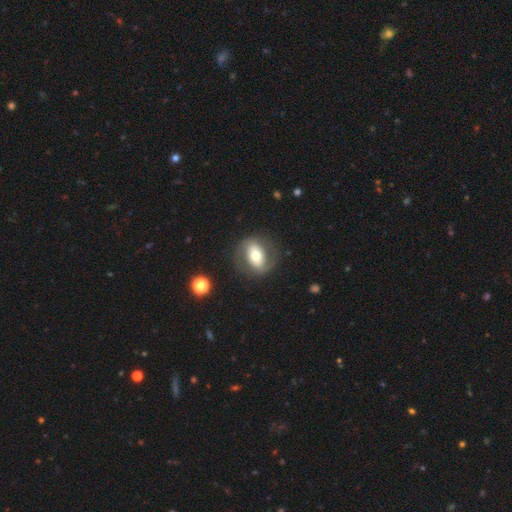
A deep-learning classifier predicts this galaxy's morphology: smooth_or_featured: featured or disk (p=0.48) [alt: smooth p=0.44]
merging: none (p=0.75) [alt: minor disturbance p=0.15]